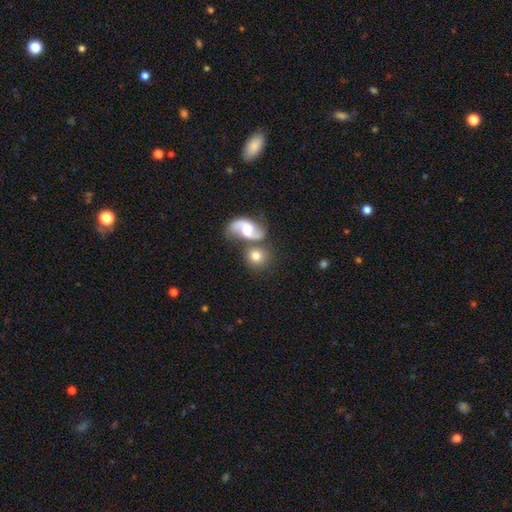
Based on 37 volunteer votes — Overall: smooth (54%; featured or disk 41%). How rounded: round (70%; in between 30%). Merging: none (49%; merger 31%).